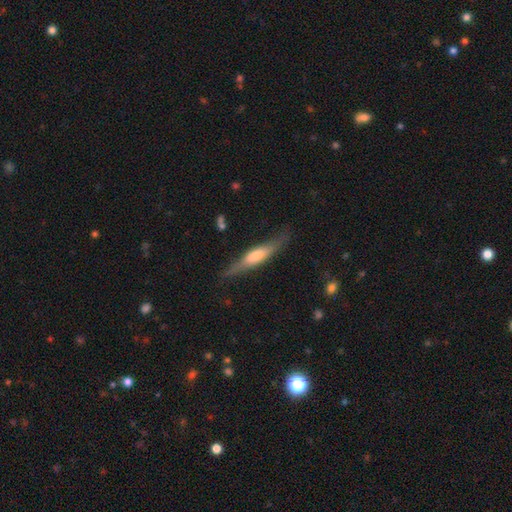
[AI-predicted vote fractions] A featured or disk galaxy (59%) viewed edge-on (91%) with a rounded central bulge (57%). Merging: none (79%).